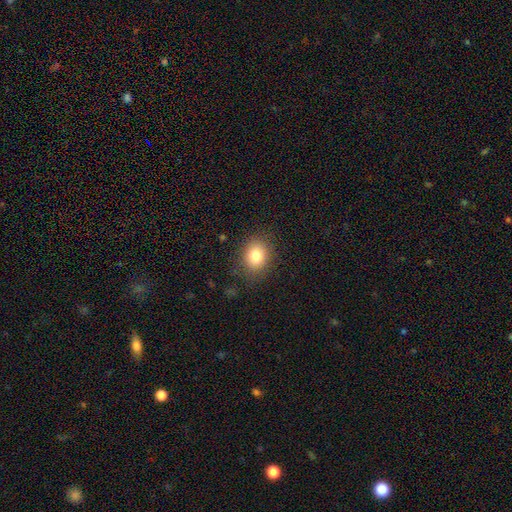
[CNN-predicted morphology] A smooth galaxy with no disk features (81%) that is round (55%).

Vote fractions:
- Smooth or featured? smooth: 81% / star or artifact: 10% / featured or disk: 8%
- How rounded? round: 55% / in between: 44% / cigar-shaped: 1%
- Merging? none: 84% / minor disturbance: 11% / major disturbance: 4% / merger: 1%